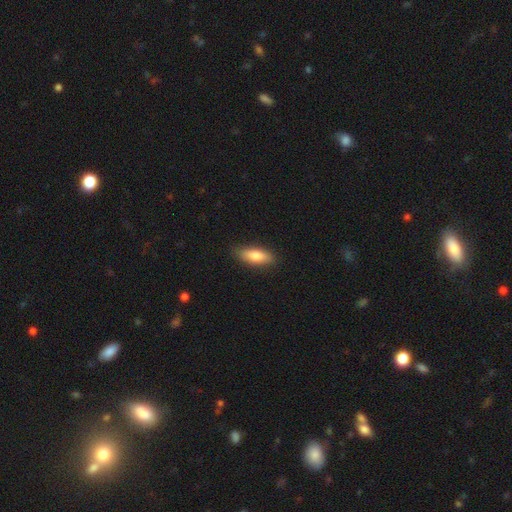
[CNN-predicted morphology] A smooth galaxy with no disk features (79%) that is in between round and cigar-shaped (66%). Merging: none (86%).